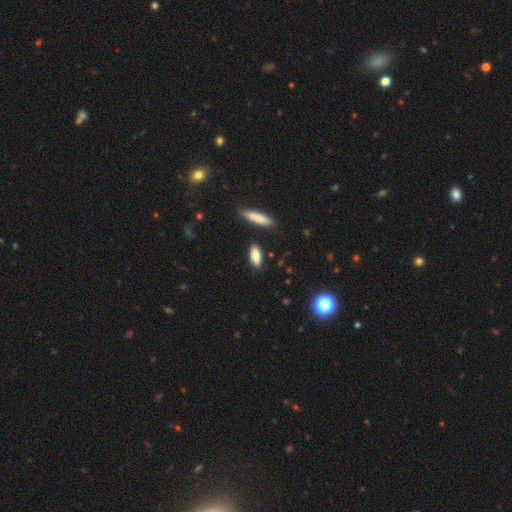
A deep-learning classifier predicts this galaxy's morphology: smooth-or-featured: smooth: 79% | featured or disk: 13% | star or artifact: 7%
  how-rounded: in between: 59% | cigar-shaped: 38% | round: 3%
  merging: none: 85% | minor disturbance: 10% | merger: 3% | major disturbance: 2%